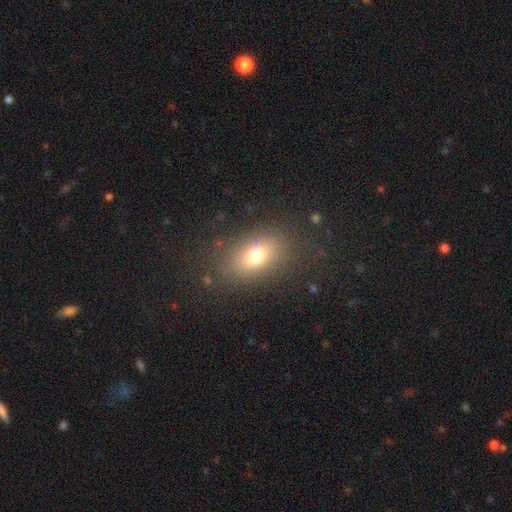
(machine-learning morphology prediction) smooth_or_featured: smooth (p=0.73) [alt: featured or disk p=0.14]
how_rounded: in between (p=0.78) [alt: round p=0.19]
merging: none (p=0.82) [alt: minor disturbance p=0.11]